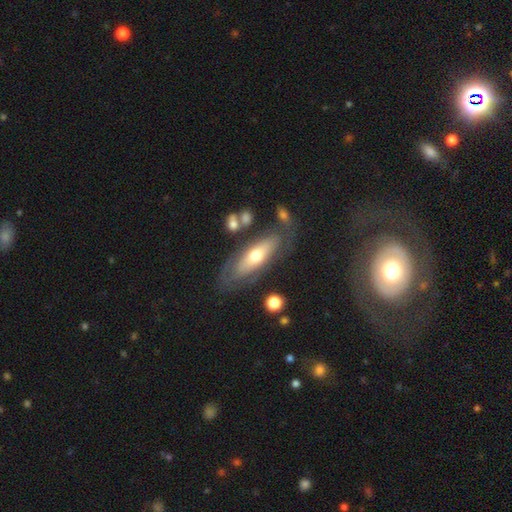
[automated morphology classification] A featured or disk galaxy (51%).

Vote fractions:
- Smooth or featured? featured or disk: 51% / smooth: 43% / star or artifact: 6%
- Edge-on disk? no: 64% / yes: 36%
- Merging? none: 68% / minor disturbance: 18% / major disturbance: 9% / merger: 5%